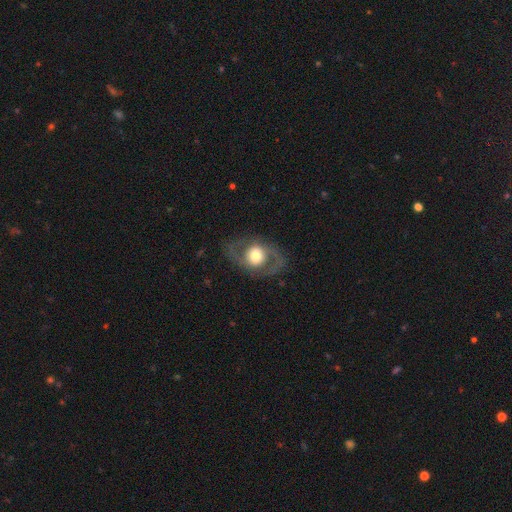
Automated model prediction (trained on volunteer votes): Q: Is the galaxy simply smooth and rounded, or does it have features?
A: featured or disk — 69%.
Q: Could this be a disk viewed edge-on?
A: no — 95%.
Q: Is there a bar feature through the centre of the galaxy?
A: no — 71%.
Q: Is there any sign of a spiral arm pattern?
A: yes — 68%.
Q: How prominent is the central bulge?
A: moderate — 49%.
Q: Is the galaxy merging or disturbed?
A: none — 79%.